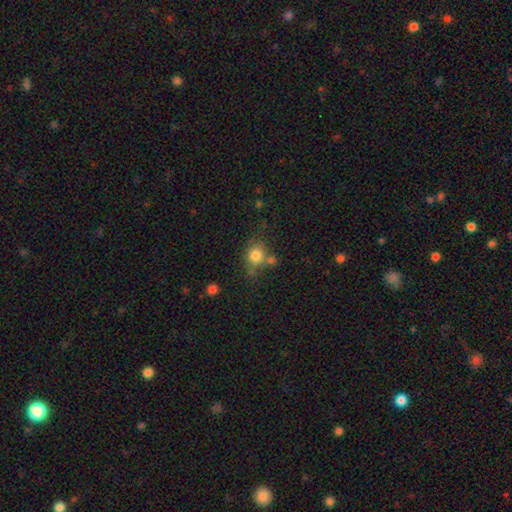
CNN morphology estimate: This is likely a smooth galaxy (80%). How rounded: likely round (71%). Merging: possibly none (56%).